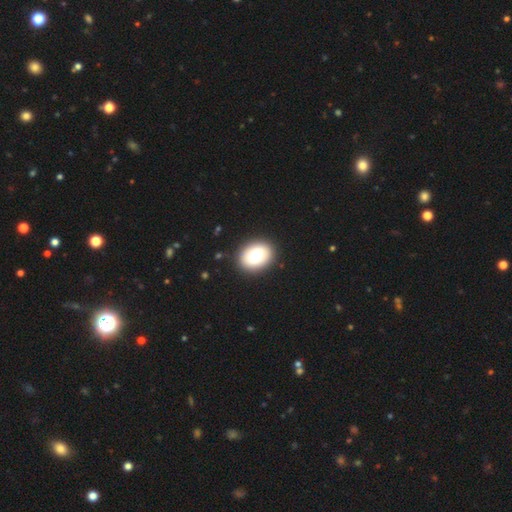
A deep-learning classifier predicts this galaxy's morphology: This is likely a smooth galaxy (74%). How rounded: likely in between (68%). Merging: clearly none (88%).